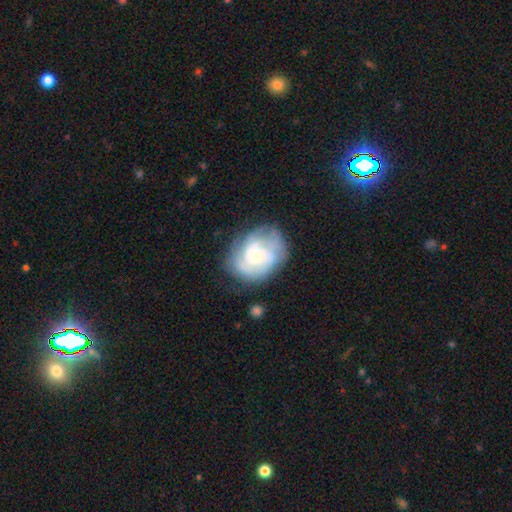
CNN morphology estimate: A featured or disk galaxy (72%) with no bar (66%), tight (52%) spiral arms (89%) and a moderate central bulge (38%). Merging: none (67%).